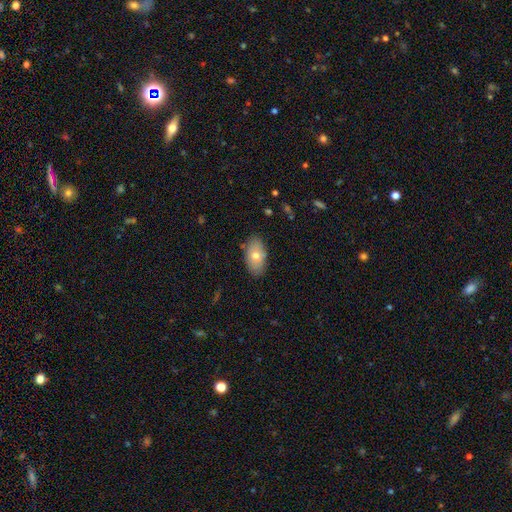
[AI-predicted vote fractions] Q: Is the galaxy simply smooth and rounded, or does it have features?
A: smooth — 71%.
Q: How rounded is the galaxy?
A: in between — 92%.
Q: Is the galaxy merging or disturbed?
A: none — 85%.